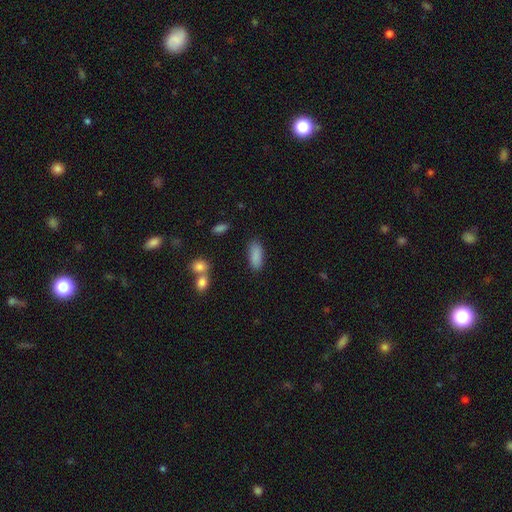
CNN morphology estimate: Smooth or featured? smooth (88%)
How rounded? in between (81%)
Merging? none (81%)